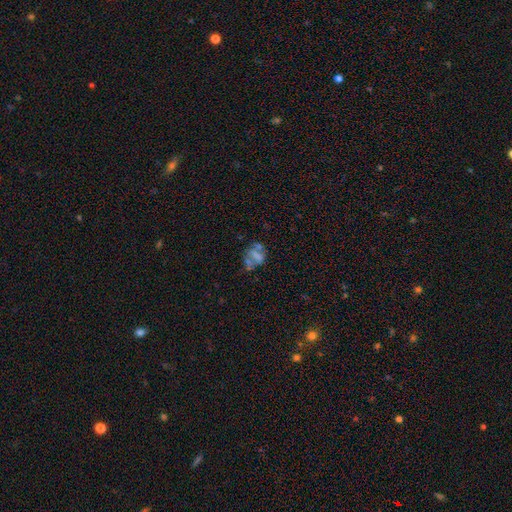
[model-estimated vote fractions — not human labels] This appears to be a smooth galaxy with no disk features (43%). Merging: none (40%).